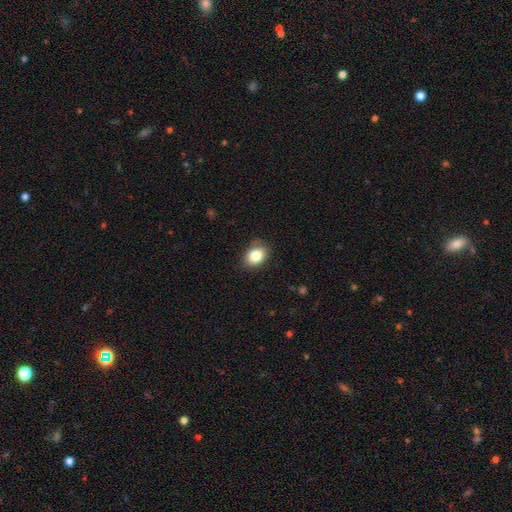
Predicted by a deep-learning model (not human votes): A smooth galaxy with no disk features (85%) that is in between round and cigar-shaped (71%).

Vote fractions:
- Smooth or featured? smooth: 85% / star or artifact: 9% / featured or disk: 7%
- How rounded? in between: 71% / round: 28% / cigar-shaped: 1%
- Merging? none: 82% / minor disturbance: 14% / major disturbance: 3% / merger: 1%